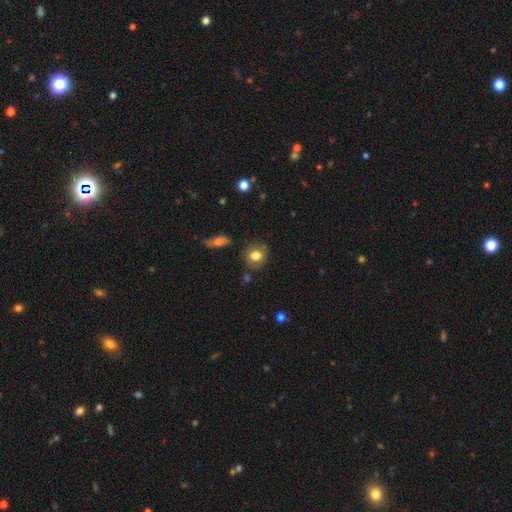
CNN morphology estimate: Smooth or featured? smooth (80%)
How rounded? round (78%)
Merging? none (80%)